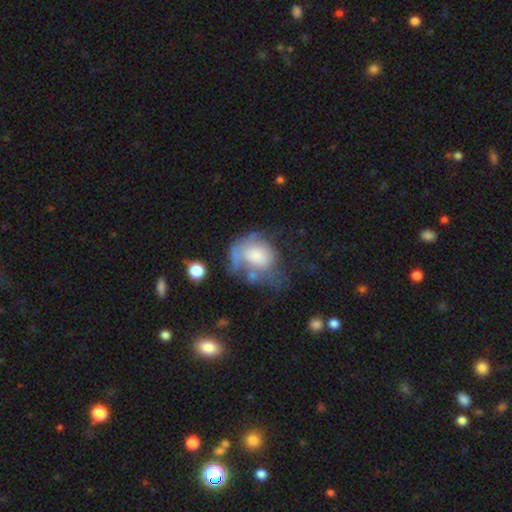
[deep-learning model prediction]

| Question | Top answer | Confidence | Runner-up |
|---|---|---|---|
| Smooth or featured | smooth | 47% | featured or disk (44%) |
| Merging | major disturbance | 47% | minor disturbance (22%) |